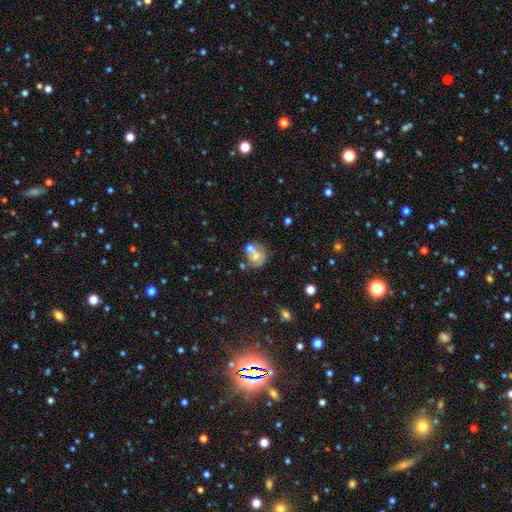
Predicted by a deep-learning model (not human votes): smooth-or-featured: featured or disk: 45% | smooth: 43% | star or artifact: 12%
  merging: merger: 37% | none: 34% | minor disturbance: 17% | major disturbance: 13%